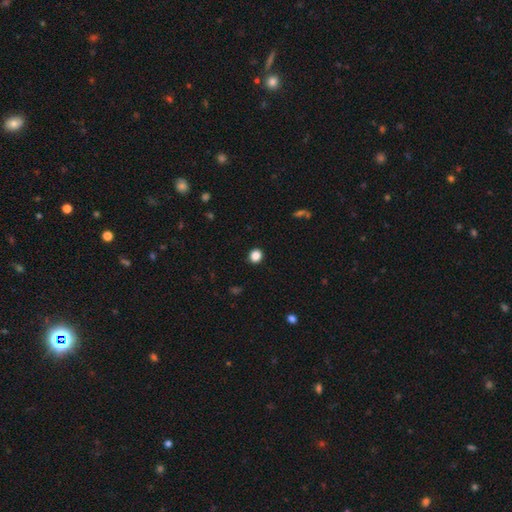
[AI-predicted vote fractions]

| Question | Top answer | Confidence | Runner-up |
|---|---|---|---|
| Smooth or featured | smooth | 86% | star or artifact (11%) |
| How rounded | round | 82% | in between (17%) |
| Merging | none | 92% | minor disturbance (5%) |